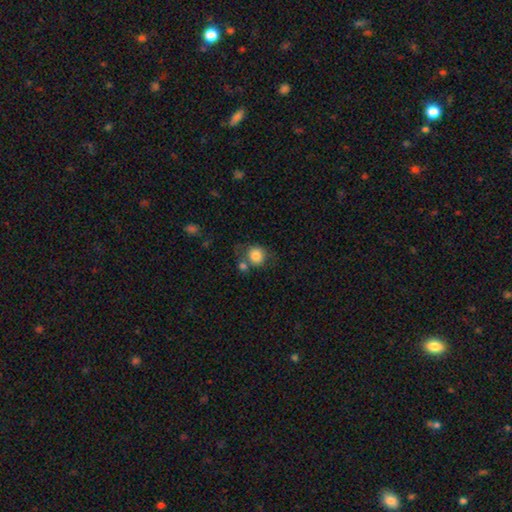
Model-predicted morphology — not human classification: Overall: smooth (81%). How rounded: round (82%). Merging: none (54%; merger 23%).